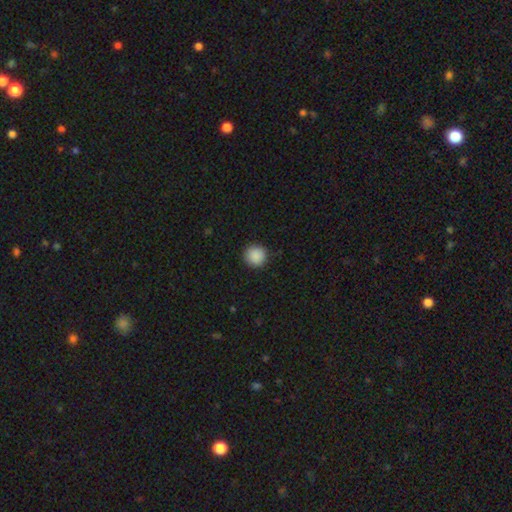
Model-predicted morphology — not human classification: Smooth or featured? smooth (89%)
How rounded? round (94%)
Merging? none (90%)